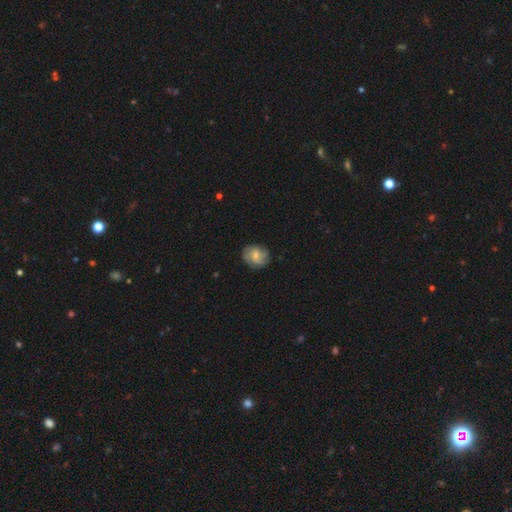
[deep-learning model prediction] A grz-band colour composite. It shows a featured or disk galaxy (51%) with no bar (50%), spiral arms (87%) and a small central bulge (44%). Merging: none (79%).